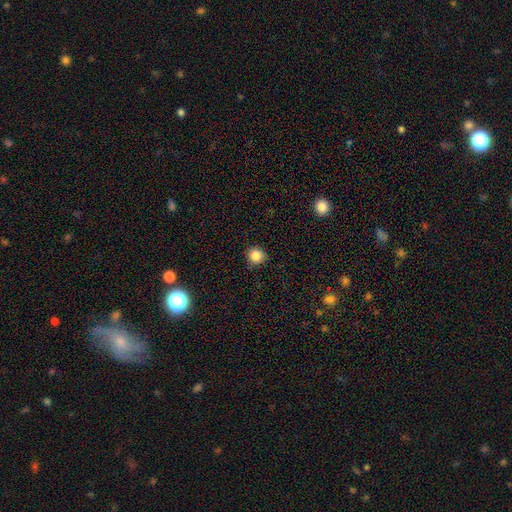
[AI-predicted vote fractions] Smooth or featured? smooth (85%)
How rounded? round (90%)
Merging? none (86%)